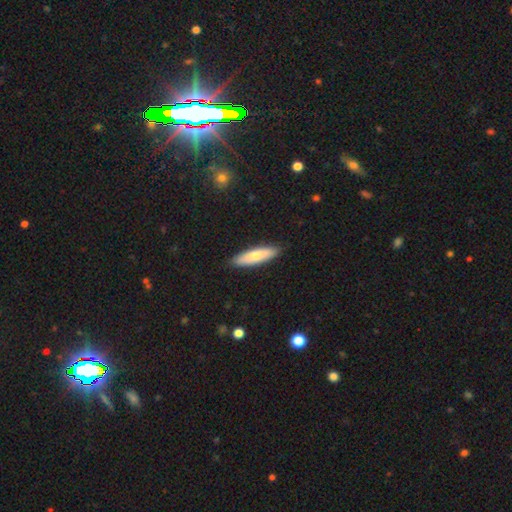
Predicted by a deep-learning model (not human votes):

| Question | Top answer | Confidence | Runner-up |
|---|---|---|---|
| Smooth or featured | smooth | 69% | featured or disk (26%) |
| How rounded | cigar-shaped | 63% | in between (35%) |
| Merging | none | 88% | minor disturbance (9%) |